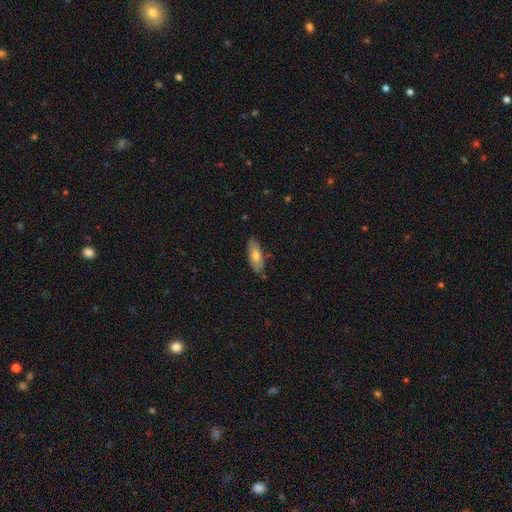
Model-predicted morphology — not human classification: This is likely a smooth galaxy (66%). How rounded: likely in between (79%). Merging: likely none (80%).